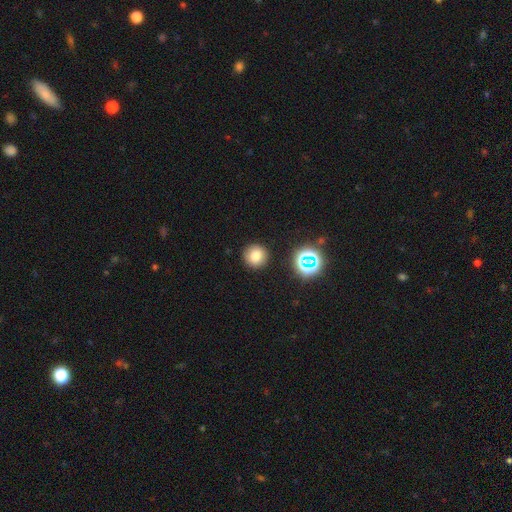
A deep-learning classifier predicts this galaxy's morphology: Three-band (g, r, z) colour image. It shows a smooth galaxy with no disk features (77%) that is round (94%). Merging: none (90%).